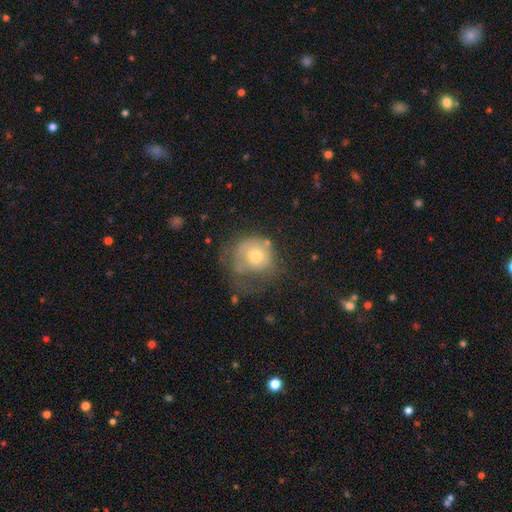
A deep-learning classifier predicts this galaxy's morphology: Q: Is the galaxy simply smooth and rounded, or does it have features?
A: smooth — 58%.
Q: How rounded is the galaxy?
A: round — 78%.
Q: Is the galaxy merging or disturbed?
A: major disturbance — 36%.